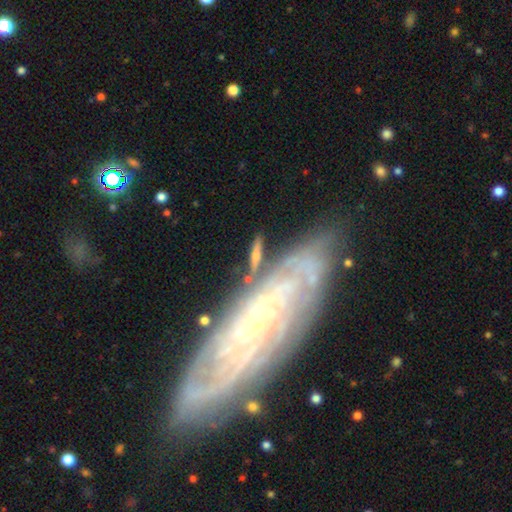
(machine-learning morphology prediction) smooth_or_featured: featured or disk (p=0.49) [alt: smooth p=0.41]
merging: none (p=0.67) [alt: minor disturbance p=0.15]